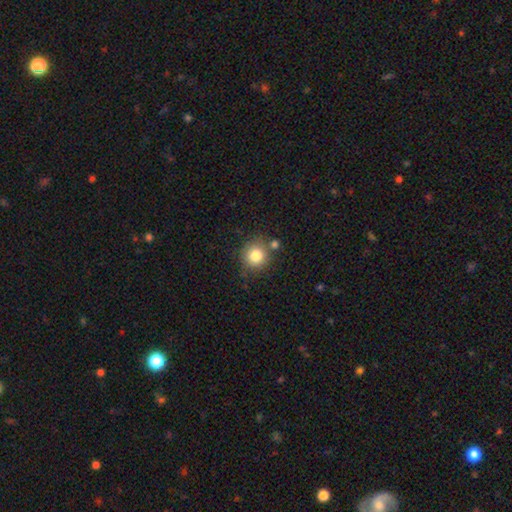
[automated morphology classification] Smooth or featured: smooth — 81% (star or artifact — 11%)
How rounded: round — 90% (in between — 9%)
Merging: none — 75% (minor disturbance — 11%)